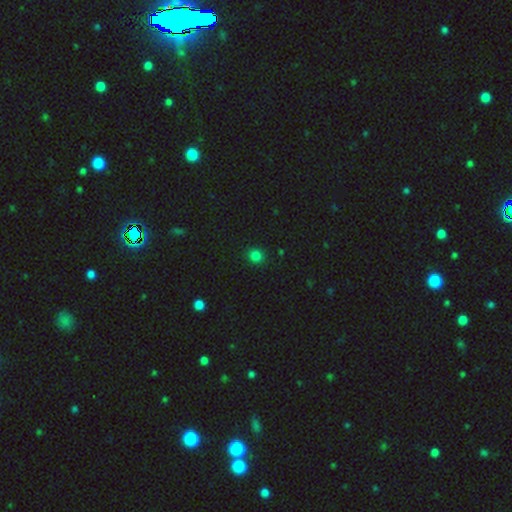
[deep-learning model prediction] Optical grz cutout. It shows a smooth galaxy with no disk features (81%) that is round (84%). Merging: none (90%).